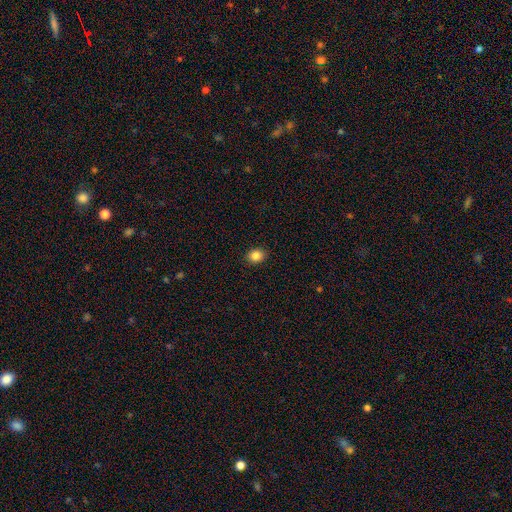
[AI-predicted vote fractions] Morphology: type=smooth (86%); roundness=round (52%); merging=none (90%).